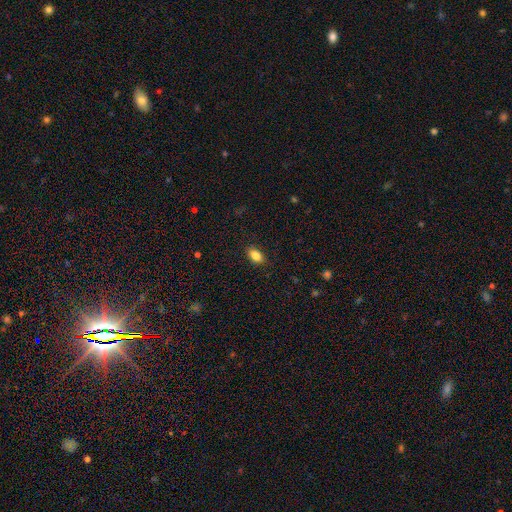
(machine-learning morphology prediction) Q: Smooth or featured?
A: smooth (85%); runner-up: star or artifact (8%)
Q: How rounded?
A: in between (88%); runner-up: round (9%)
Q: Merging?
A: none (87%); runner-up: minor disturbance (10%)